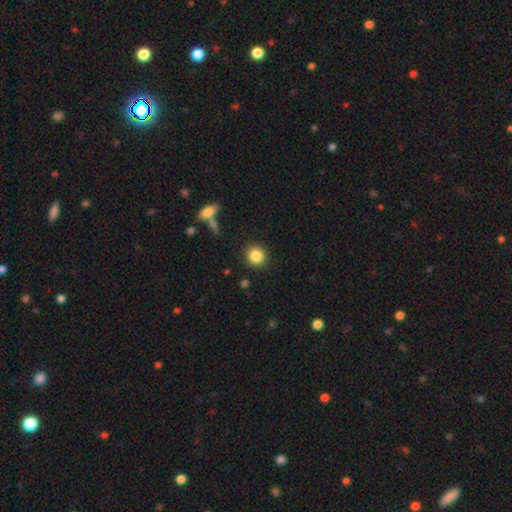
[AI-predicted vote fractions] Smooth or featured? smooth (85%)
How rounded? round (88%)
Merging? none (89%)